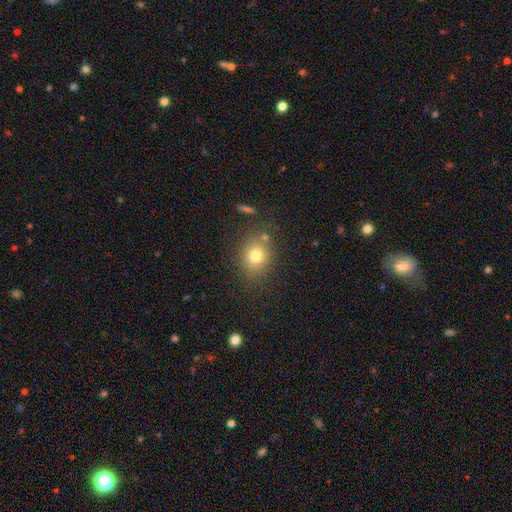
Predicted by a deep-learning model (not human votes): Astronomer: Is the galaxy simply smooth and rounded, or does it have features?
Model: smooth — 77%.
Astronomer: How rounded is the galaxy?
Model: round — 59% (runner-up: in between, 40%).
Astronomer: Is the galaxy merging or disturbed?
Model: none — 76%.